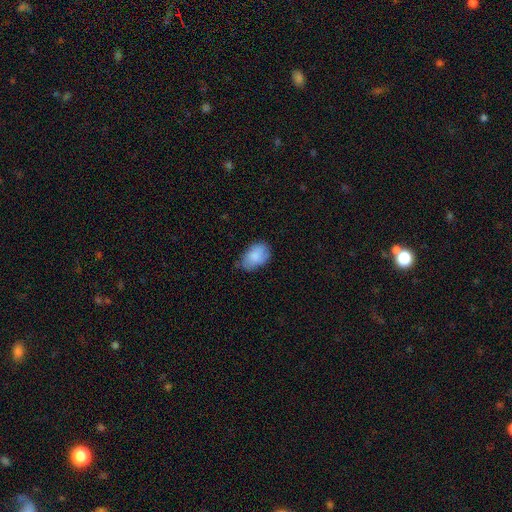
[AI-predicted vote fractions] This is clearly a smooth galaxy (84%). How rounded: clearly in between (87%). Merging: likely none (65%).